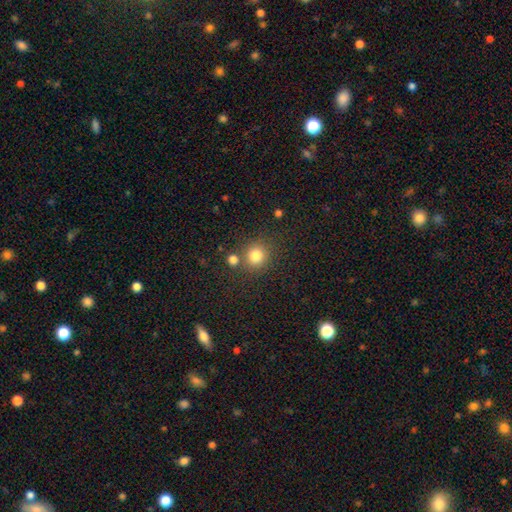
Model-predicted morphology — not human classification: type=smooth (81%); roundness=round (89%); merging=none (74%).